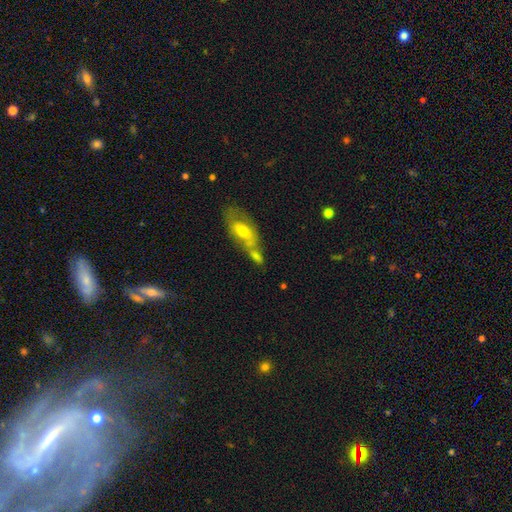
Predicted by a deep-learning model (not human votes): smooth-or-featured: smooth: 60% | featured or disk: 31% | star or artifact: 9%
  how-rounded: in between: 77% | cigar-shaped: 15% | round: 8%
  merging: merger: 53% | none: 29% | minor disturbance: 11% | major disturbance: 6%